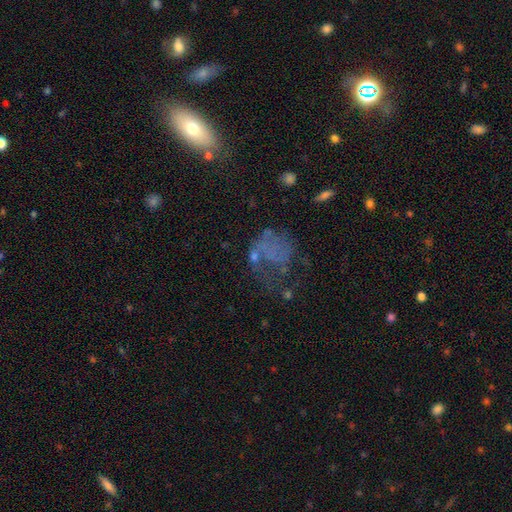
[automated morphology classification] A featured or disk galaxy (44%). Merging: major disturbance (44%).